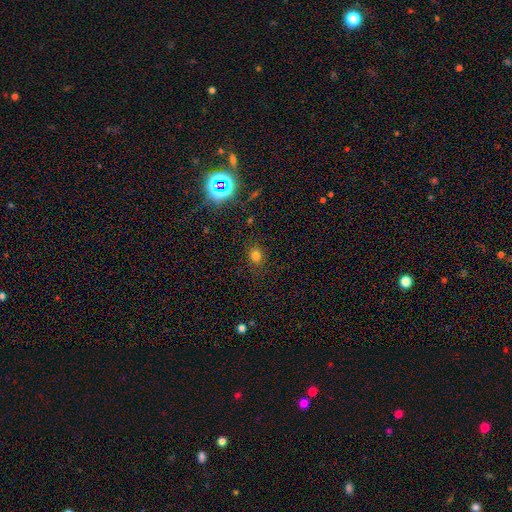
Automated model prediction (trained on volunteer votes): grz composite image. It shows a smooth galaxy with no disk features (74%) that is round (62%). Merging: none (85%).